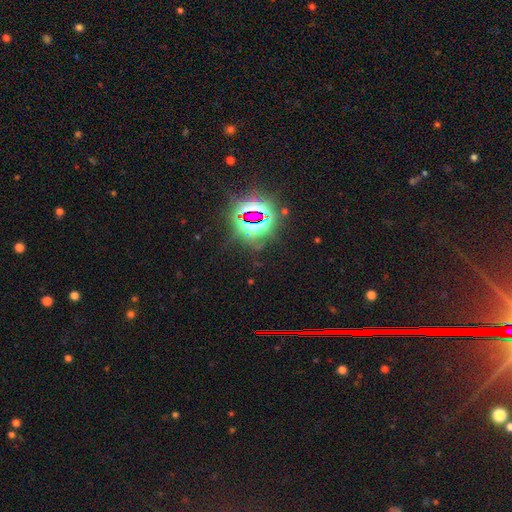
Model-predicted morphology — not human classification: Smooth or featured?
  - star or artifact: 84% *
  - smooth: 9%
  - featured or disk: 7%